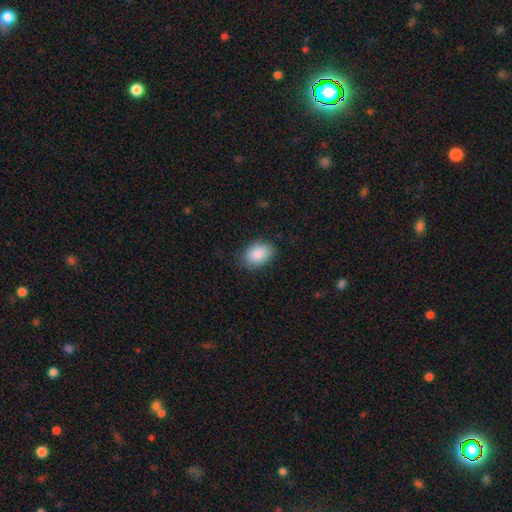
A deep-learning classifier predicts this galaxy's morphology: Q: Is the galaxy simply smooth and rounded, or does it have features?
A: smooth — 88%.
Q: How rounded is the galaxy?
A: in between — 83%.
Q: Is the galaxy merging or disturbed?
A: none — 83%.